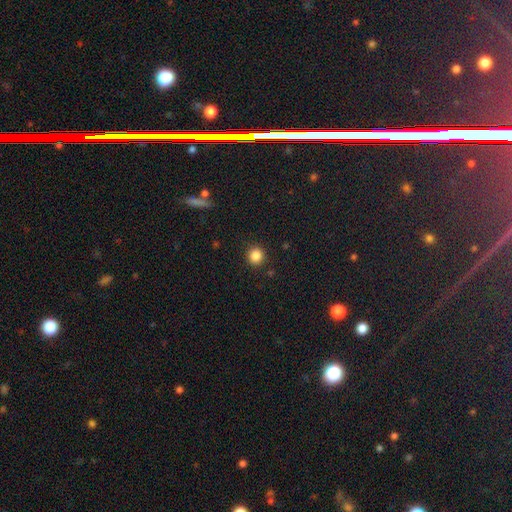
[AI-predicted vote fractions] Smooth or featured?
  - smooth: 85% *
  - star or artifact: 11%
  - featured or disk: 3%
How rounded?
  - round: 92% *
  - in between: 7%
  - cigar-shaped: 1%
Merging?
  - none: 91% *
  - minor disturbance: 6%
  - major disturbance: 2%
  - merger: 1%